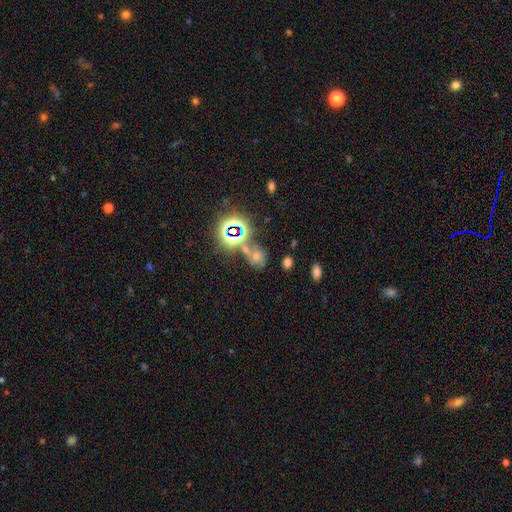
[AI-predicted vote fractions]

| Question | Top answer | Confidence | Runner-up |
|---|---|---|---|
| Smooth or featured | smooth | 44% | star or artifact (40%) |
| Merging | none | 44% | merger (29%) |